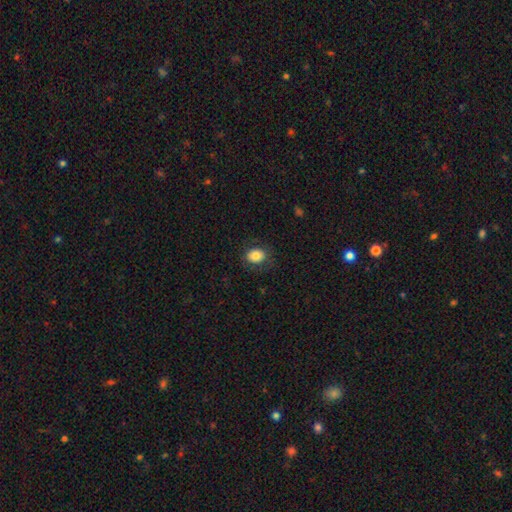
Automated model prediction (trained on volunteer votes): smooth_or_featured: smooth (p=0.81) [alt: featured or disk p=0.10]
how_rounded: round (p=0.51) [alt: in between p=0.48]
merging: none (p=0.81) [alt: minor disturbance p=0.13]